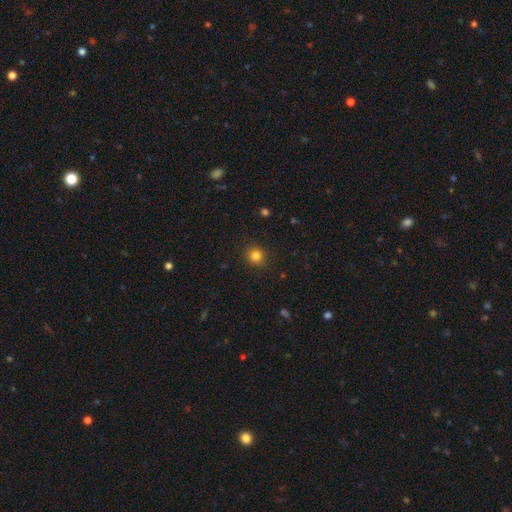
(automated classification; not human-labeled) Q: Smooth or featured?
A: smooth (82%); runner-up: star or artifact (13%)
Q: How rounded?
A: round (89%); runner-up: in between (10%)
Q: Merging?
A: none (89%); runner-up: minor disturbance (7%)